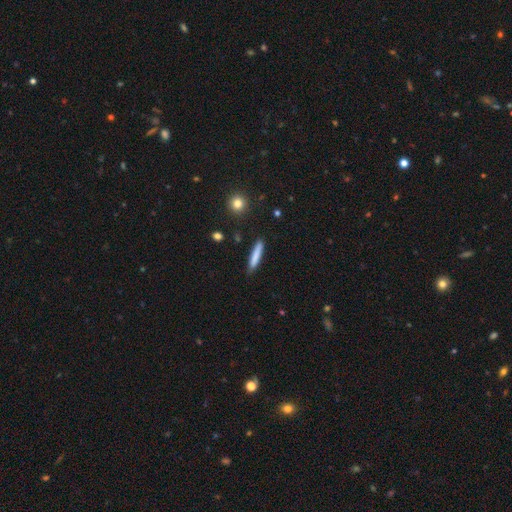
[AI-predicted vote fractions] smooth_or_featured: smooth (p=0.79) [alt: featured or disk p=0.14]
how_rounded: cigar-shaped (p=0.93) [alt: in between p=0.06]
merging: none (p=0.86) [alt: minor disturbance p=0.10]